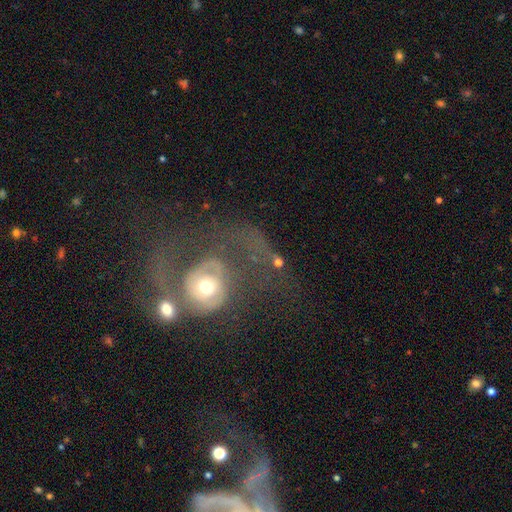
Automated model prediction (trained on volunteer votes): A featured or disk galaxy (67%) with no bar (77%), spiral arms (71%) and a moderate central bulge (53%).

Vote fractions:
- Smooth or featured? featured or disk: 67% / smooth: 21% / star or artifact: 12%
- Edge-on disk? no: 97% / yes: 3%
- Bar? no: 77% / weak: 17% / strong: 7%
- Spiral arms? yes: 71% / no: 29%
- Bulge size? moderate: 53% / small: 29% / large: 11% / dominant: 3% / none: 3%
- Merging? major disturbance: 35% / none: 29% / merger: 24% / minor disturbance: 12%